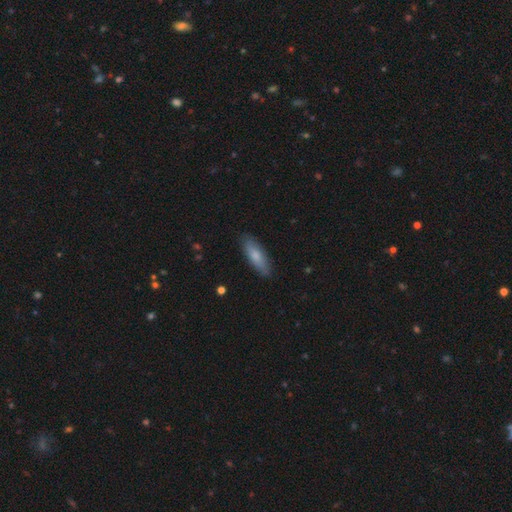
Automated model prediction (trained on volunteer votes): Q: Smooth or featured?
A: smooth (77%); runner-up: featured or disk (18%)
Q: How rounded?
A: in between (52%); runner-up: cigar-shaped (46%)
Q: Merging?
A: none (86%); runner-up: minor disturbance (11%)